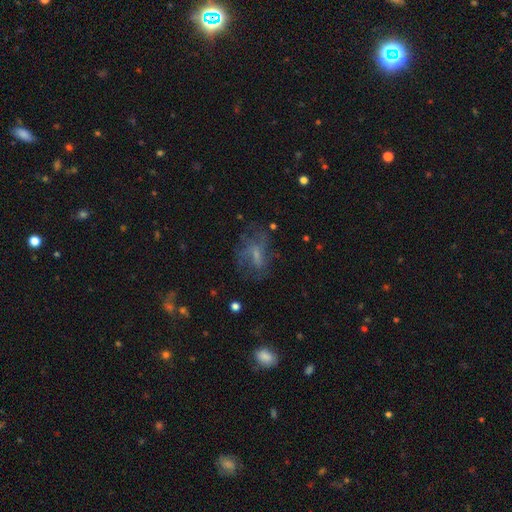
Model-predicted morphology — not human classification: Smooth or featured?
  - featured or disk: 50% *
  - smooth: 35%
  - star or artifact: 16%
Merging?
  - none: 48% *
  - major disturbance: 28%
  - minor disturbance: 21%
  - merger: 3%